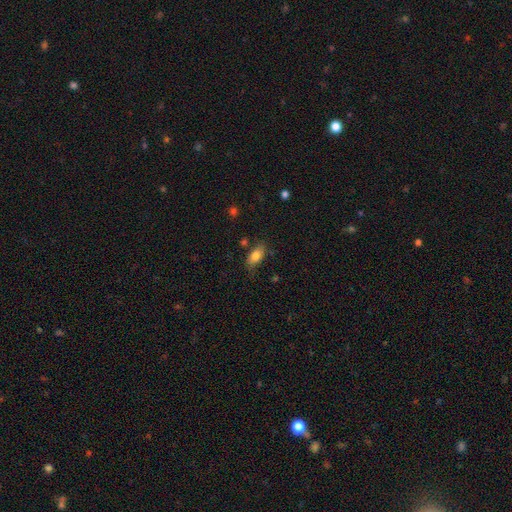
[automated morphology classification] This appears to be a smooth galaxy with no disk features (80%) that is in between round and cigar-shaped (89%). Merging: none (76%).